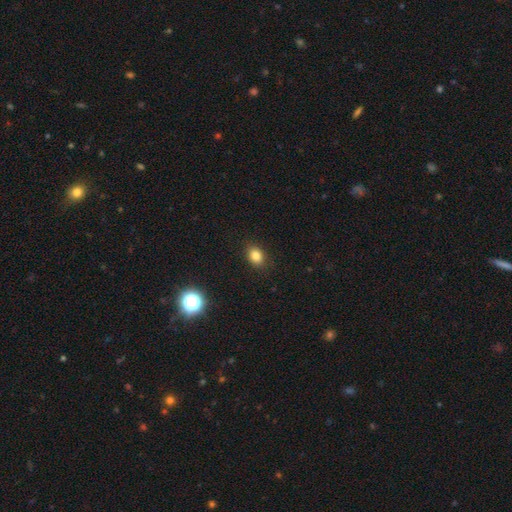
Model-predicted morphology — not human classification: smooth_or_featured: smooth (p=0.82) [alt: star or artifact p=0.12]
how_rounded: in between (p=0.65) [alt: round p=0.34]
merging: none (p=0.87) [alt: minor disturbance p=0.09]